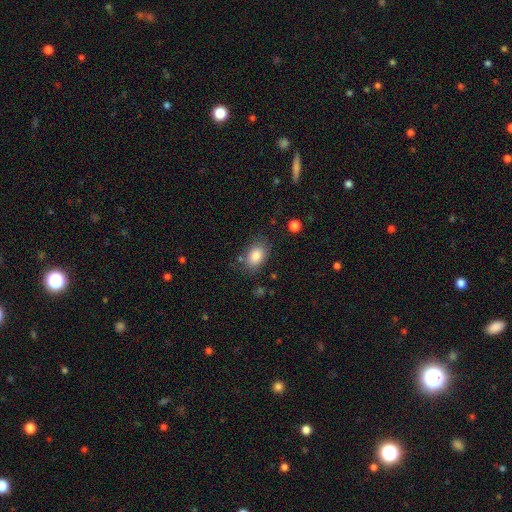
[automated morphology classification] This appears to be a smooth galaxy with no disk features (85%) that is in between round and cigar-shaped (83%). Merging: none (75%).